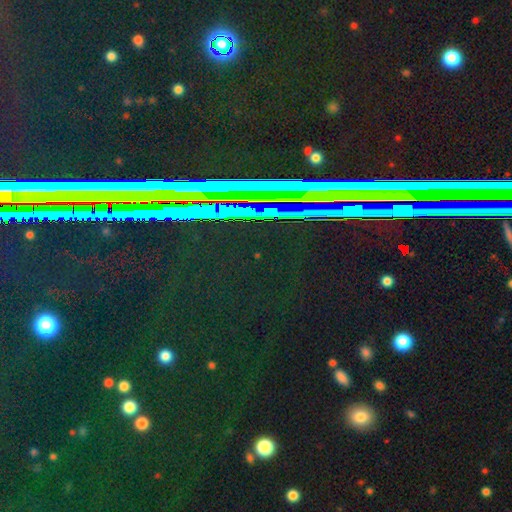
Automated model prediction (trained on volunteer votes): This is clearly a star or artifact rather than a galaxy (81%).